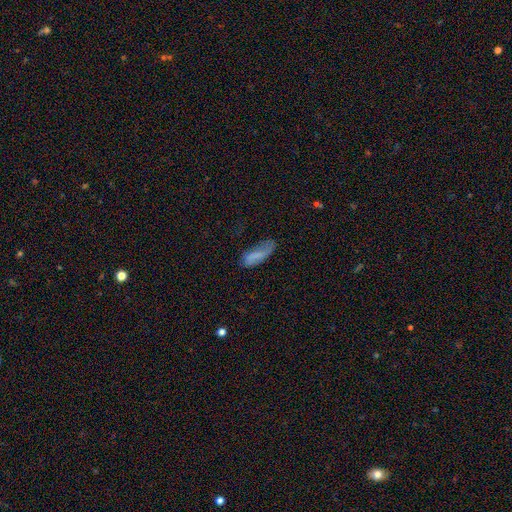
Smooth or featured?
  - smooth: 68% *
  - featured or disk: 20%
  - star or artifact: 12%
How rounded?
  - in between: 85% *
  - cigar-shaped: 15%
  - round: 0%
Merging?
  - none: 51% *
  - minor disturbance: 34%
  - major disturbance: 11%
  - merger: 3%